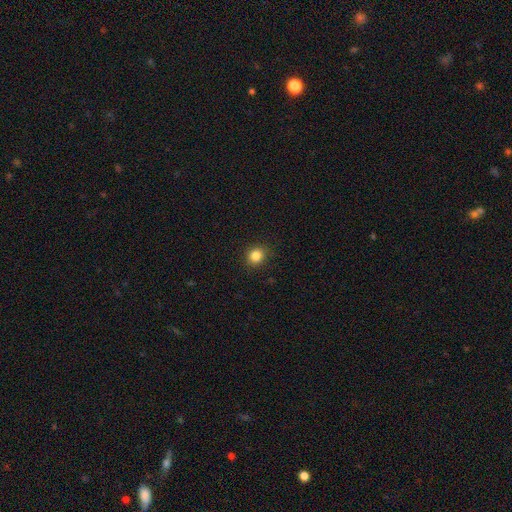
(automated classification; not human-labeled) smooth_or_featured: smooth (p=0.84) [alt: star or artifact p=0.11]
how_rounded: round (p=0.80) [alt: in between p=0.19]
merging: none (p=0.89) [alt: minor disturbance p=0.07]